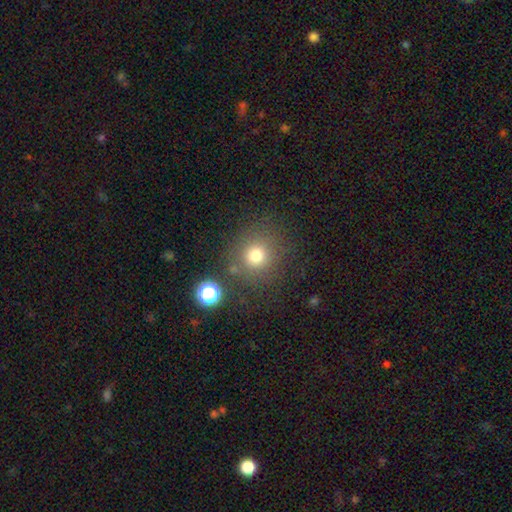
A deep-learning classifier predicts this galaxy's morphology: Q: Smooth or featured?
A: smooth (74%); runner-up: star or artifact (17%)
Q: How rounded?
A: round (92%); runner-up: in between (7%)
Q: Merging?
A: none (80%); runner-up: minor disturbance (10%)